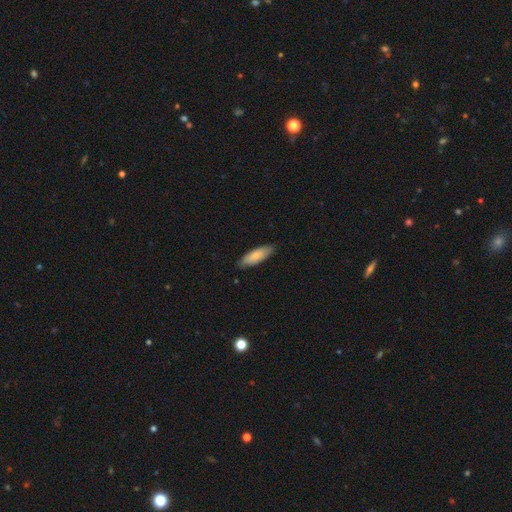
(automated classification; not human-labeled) Smooth or featured? Predicted: smooth (p=0.78). How rounded? Predicted: in between (p=0.59). Merging? Predicted: none (p=0.84).